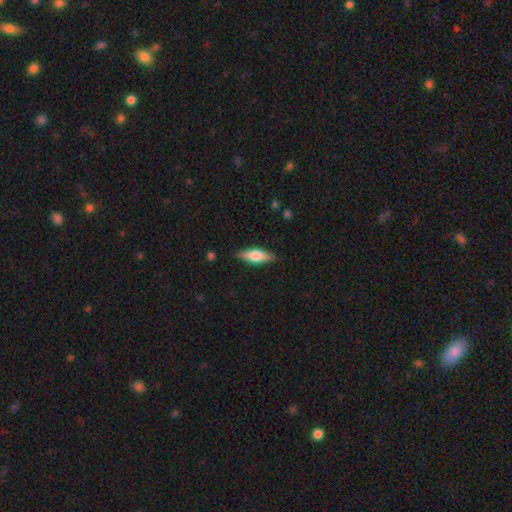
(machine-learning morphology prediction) type=smooth (53%); roundness=in between (55%); merging=none (86%).